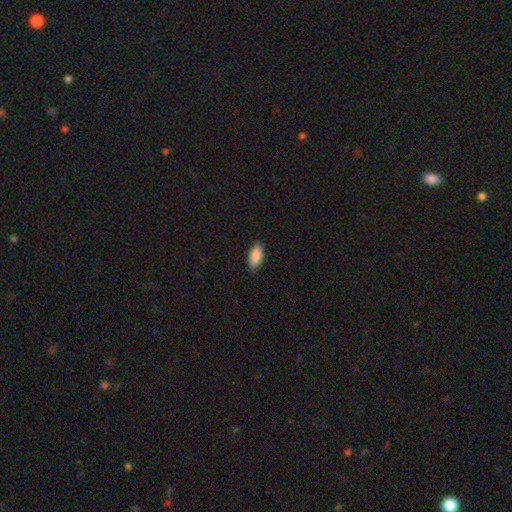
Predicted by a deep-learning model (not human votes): Q: Smooth or featured?
A: smooth (88%); runner-up: star or artifact (6%)
Q: How rounded?
A: in between (91%); runner-up: cigar-shaped (7%)
Q: Merging?
A: none (84%); runner-up: minor disturbance (13%)